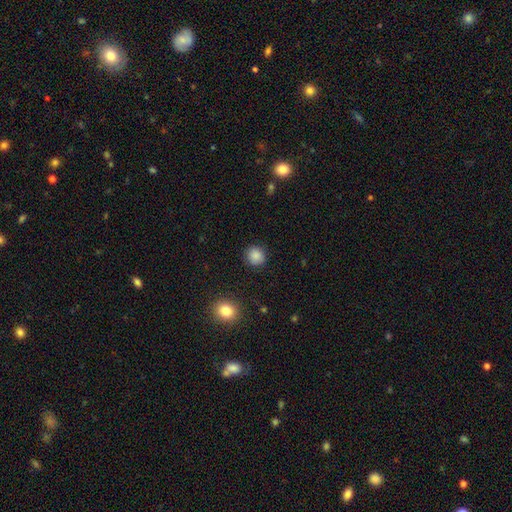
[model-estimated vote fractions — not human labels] Smooth or featured?
  - smooth: 86% *
  - star or artifact: 10%
  - featured or disk: 4%
How rounded?
  - round: 89% *
  - in between: 10%
  - cigar-shaped: 1%
Merging?
  - none: 89% *
  - minor disturbance: 7%
  - major disturbance: 2%
  - merger: 1%